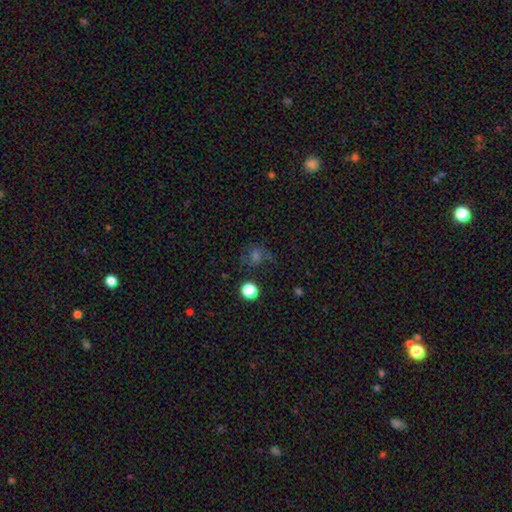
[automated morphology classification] A smooth galaxy with no disk features (41%). Merging: none (62%).